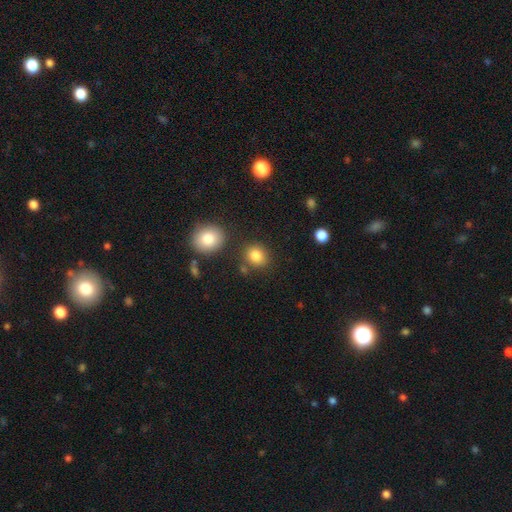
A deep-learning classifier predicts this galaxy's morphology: smooth_or_featured: smooth (p=0.83) [alt: star or artifact p=0.11]
how_rounded: round (p=0.74) [alt: in between p=0.25]
merging: none (p=0.80) [alt: minor disturbance p=0.10]